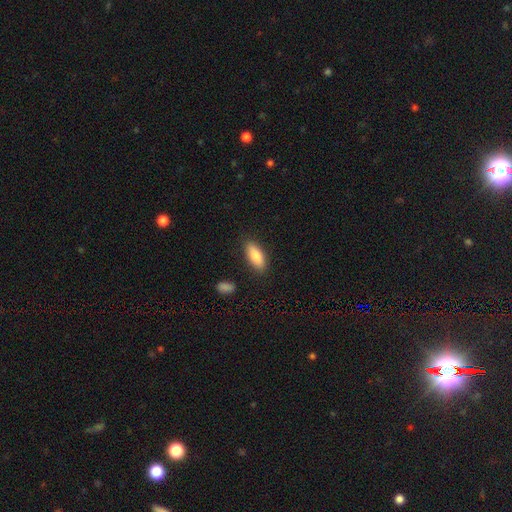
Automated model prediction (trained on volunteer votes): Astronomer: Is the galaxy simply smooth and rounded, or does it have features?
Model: smooth — 85%.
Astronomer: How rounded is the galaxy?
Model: in between — 75%.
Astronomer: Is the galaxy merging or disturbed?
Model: none — 86%.